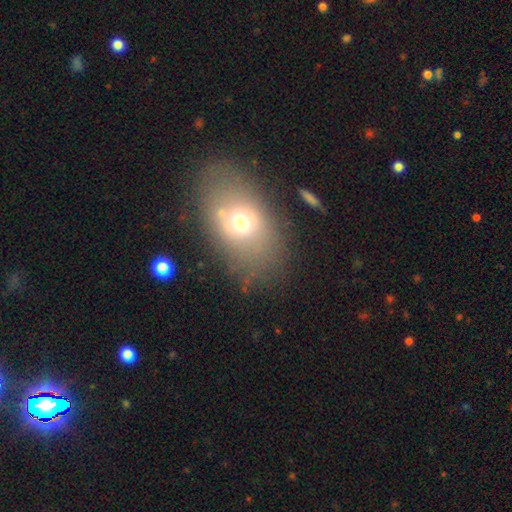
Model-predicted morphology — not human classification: This appears to be a smooth galaxy with no disk features (60%) that is in between round and cigar-shaped (81%). Merging: none (70%).